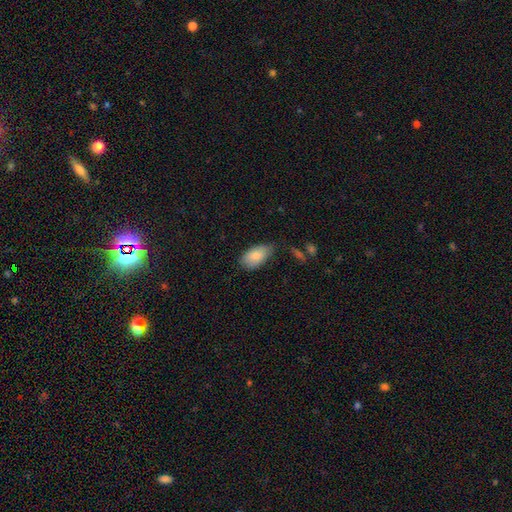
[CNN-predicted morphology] Smooth or featured? smooth (84%)
How rounded? in between (94%)
Merging? none (63%)